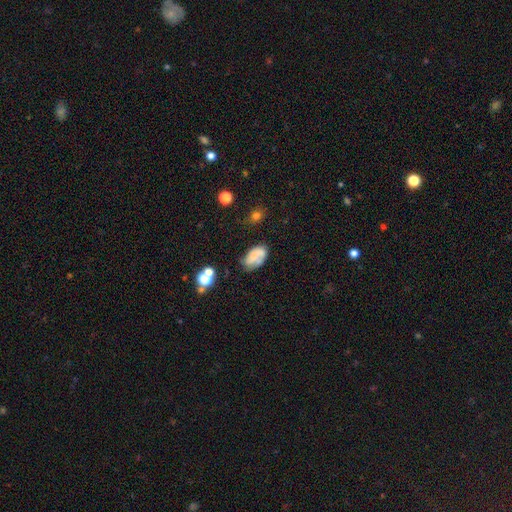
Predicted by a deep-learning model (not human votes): Smooth or featured? Predicted: smooth (p=0.56). How rounded? Predicted: in between (p=0.90). Merging? Predicted: none (p=0.50).